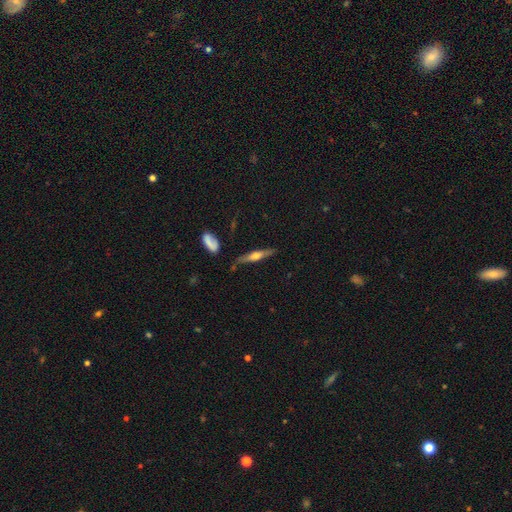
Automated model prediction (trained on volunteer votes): Smooth or featured: featured or disk — 62% (smooth — 32%)
Edge-on disk: yes — 94% (no — 6%)
Edge-on bulge: rounded — 90% (none — 6%)
Merging: none — 83% (minor disturbance — 12%)